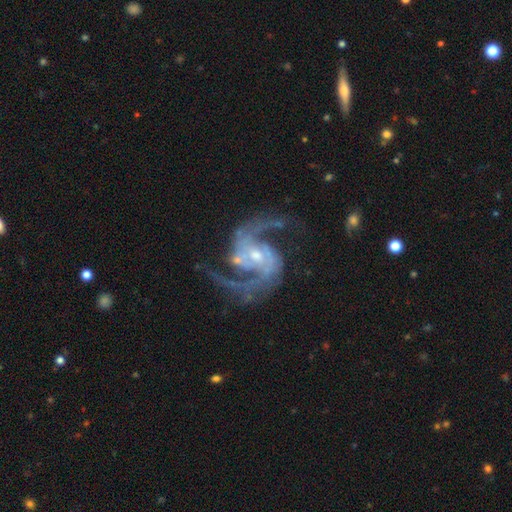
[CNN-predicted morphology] The model was most divided on "bulge size": moderate: 48%, small: 45%, large: 3%, none: 2%, dominant: 1%. Remaining: spiral arms — yes (98%); edge-on disk — no (98%); smooth or featured — featured or disk (92%); spiral arm count — 2 (89%); merging — none (68%); spiral winding — medium (53%); bar — no (47%).